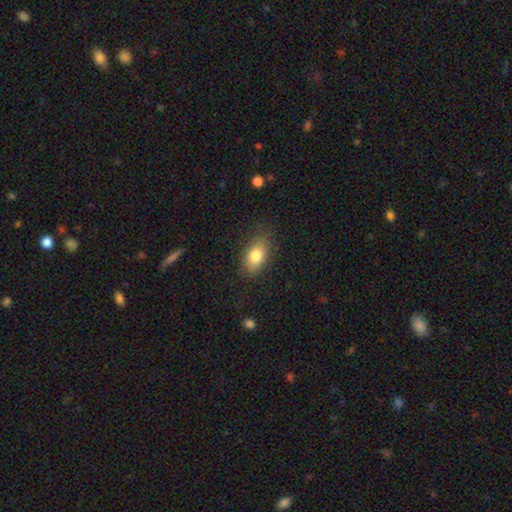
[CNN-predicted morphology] smooth_or_featured: smooth (p=0.81) [alt: featured or disk p=0.11]
how_rounded: in between (p=0.88) [alt: round p=0.09]
merging: none (p=0.77) [alt: minor disturbance p=0.16]